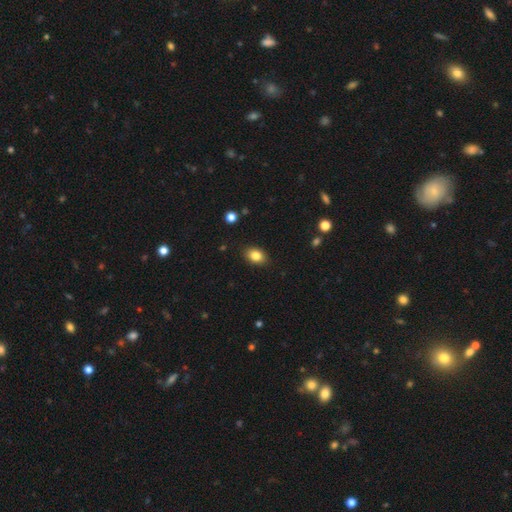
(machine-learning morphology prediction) smooth_or_featured: smooth (p=0.84) [alt: star or artifact p=0.09]
how_rounded: in between (p=0.77) [alt: round p=0.22]
merging: none (p=0.88) [alt: minor disturbance p=0.09]